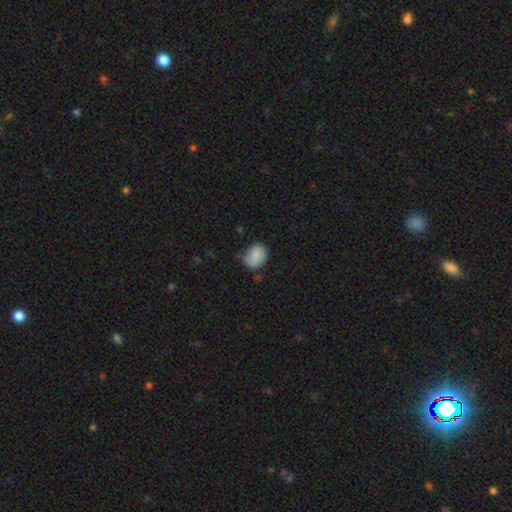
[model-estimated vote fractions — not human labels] smooth-or-featured: smooth: 82% | featured or disk: 10% | star or artifact: 8%
  how-rounded: round: 51% | in between: 48% | cigar-shaped: 1%
  merging: none: 63% | minor disturbance: 28% | major disturbance: 6% | merger: 3%